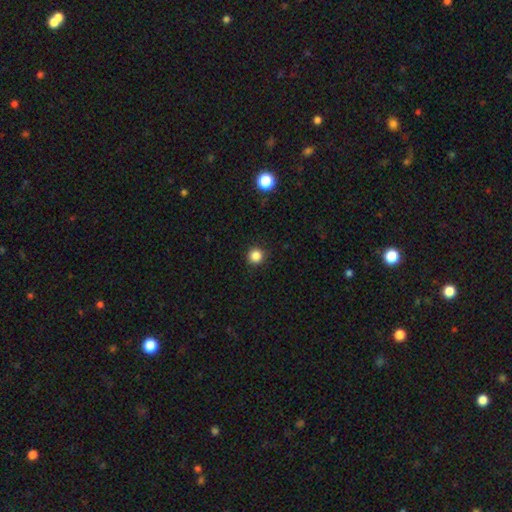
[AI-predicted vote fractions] Smooth or featured: smooth — 85% (star or artifact — 12%)
How rounded: round — 94% (in between — 5%)
Merging: none — 91% (minor disturbance — 6%)